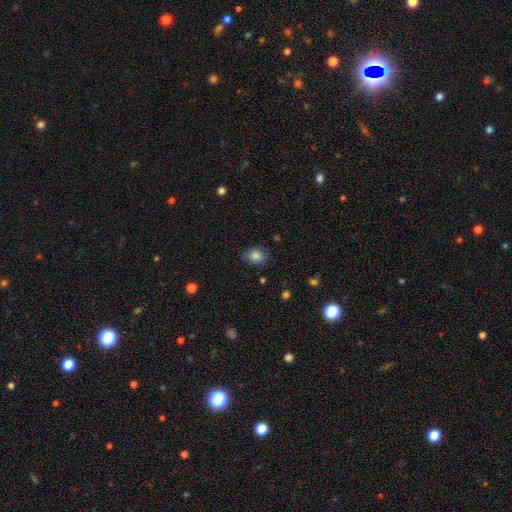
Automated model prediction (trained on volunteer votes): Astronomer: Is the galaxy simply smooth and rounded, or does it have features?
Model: smooth — 84%.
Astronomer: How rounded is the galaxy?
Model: in between — 51% (runner-up: round, 48%).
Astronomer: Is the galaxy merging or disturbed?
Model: none — 80%.